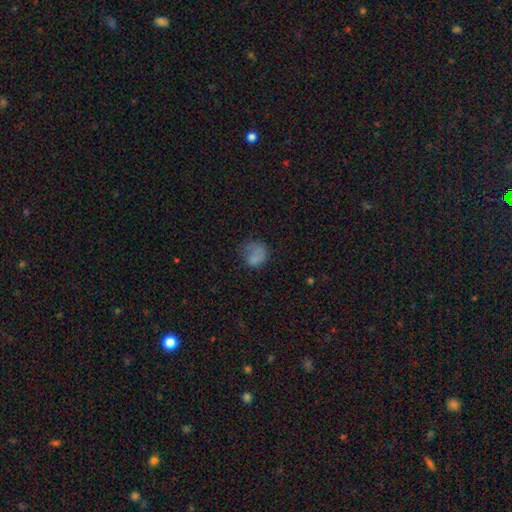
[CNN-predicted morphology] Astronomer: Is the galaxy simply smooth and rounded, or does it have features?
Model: smooth — 71%.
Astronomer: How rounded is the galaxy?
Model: round — 66%.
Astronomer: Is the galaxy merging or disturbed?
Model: none — 37% (runner-up: major disturbance, 34%).